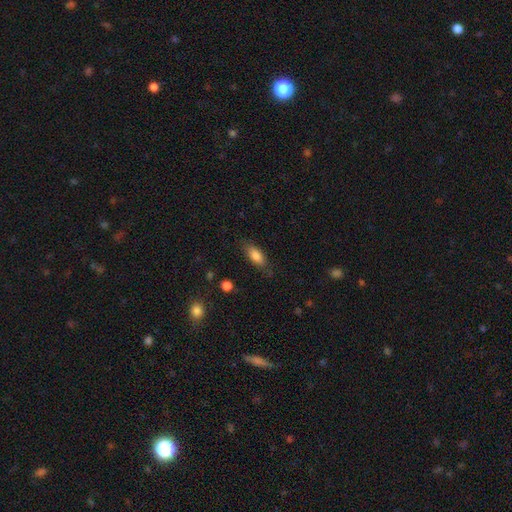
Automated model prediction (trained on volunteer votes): Overall: smooth (81%). How rounded: in between (79%). Merging: none (75%).